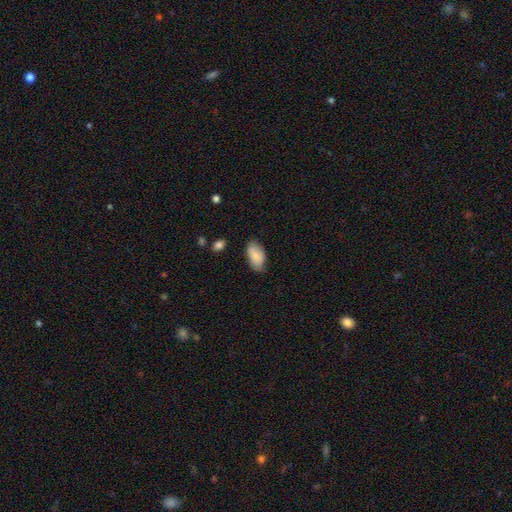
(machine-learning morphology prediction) Smooth or featured?
  - smooth: 84% *
  - featured or disk: 10%
  - star or artifact: 6%
How rounded?
  - in between: 94% *
  - round: 3%
  - cigar-shaped: 2%
Merging?
  - none: 71% *
  - minor disturbance: 23%
  - major disturbance: 4%
  - merger: 2%